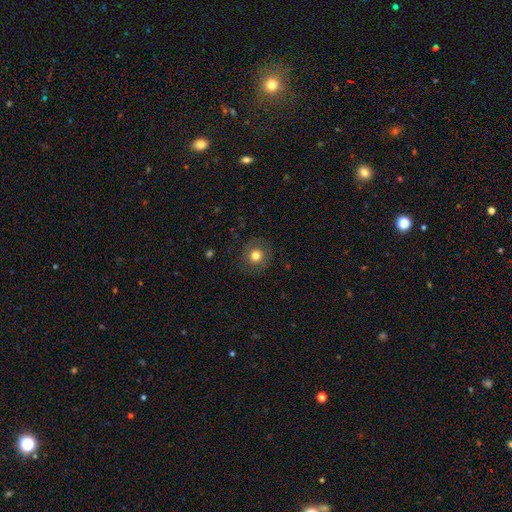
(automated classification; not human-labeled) This is likely a smooth galaxy (76%). How rounded: clearly round (91%). Merging: clearly none (87%).